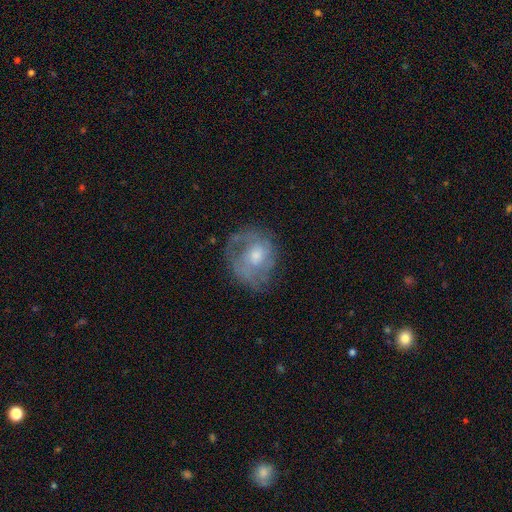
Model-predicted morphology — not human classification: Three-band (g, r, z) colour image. It shows a featured or disk galaxy (58%) with no bar (76%), spiral arms (62%) and a moderate central bulge (57%). Merging: none (58%).